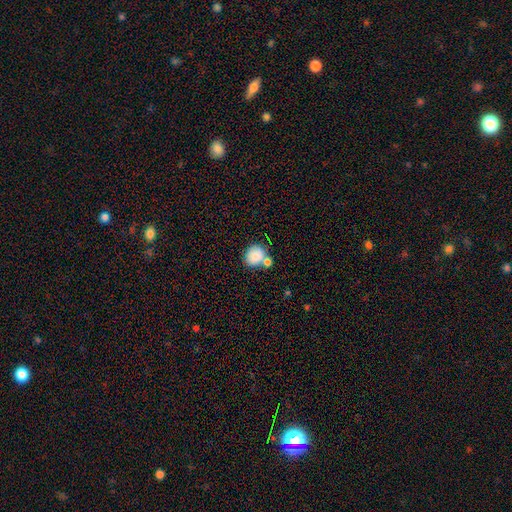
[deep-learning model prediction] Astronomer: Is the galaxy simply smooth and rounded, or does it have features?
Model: smooth — 83%.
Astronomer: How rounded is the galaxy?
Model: round — 67%.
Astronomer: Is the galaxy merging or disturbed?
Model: none — 50% (runner-up: merger, 33%).